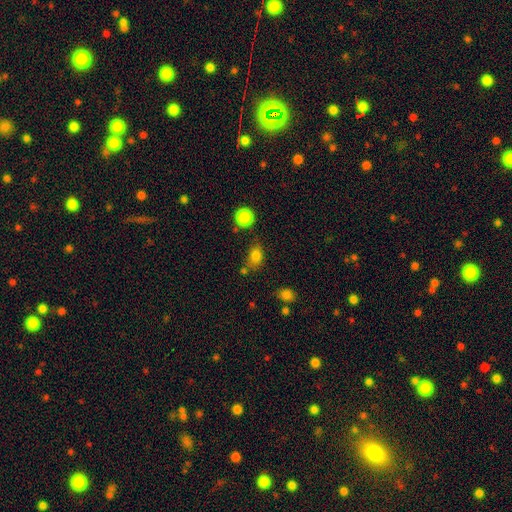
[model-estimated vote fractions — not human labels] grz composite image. It shows a smooth galaxy with no disk features (81%) that is in between round and cigar-shaped (71%). Merging: none (65%).